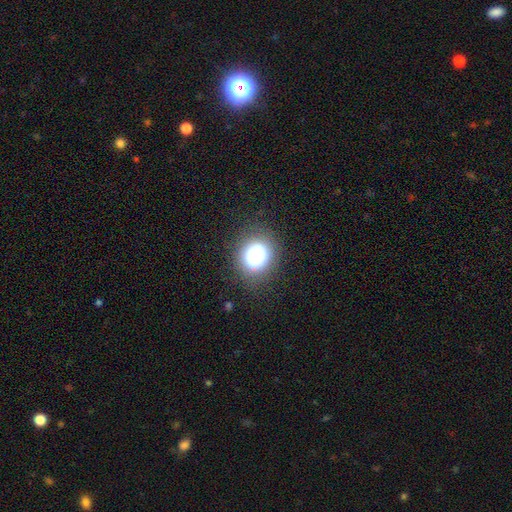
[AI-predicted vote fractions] Overall: smooth (69%). How rounded: round (79%). Merging: none (81%).